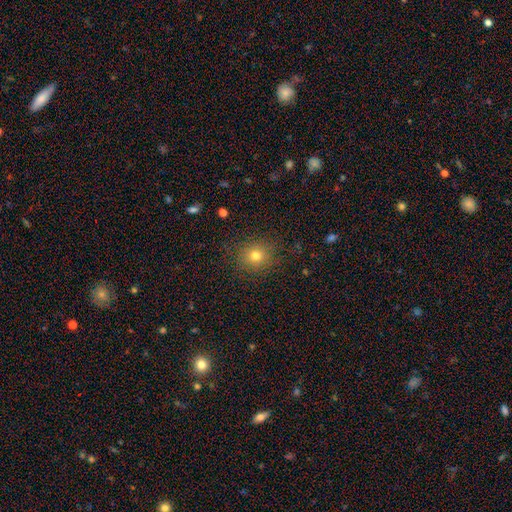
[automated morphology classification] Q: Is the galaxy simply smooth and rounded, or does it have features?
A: smooth — 77%.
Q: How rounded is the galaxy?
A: round — 86%.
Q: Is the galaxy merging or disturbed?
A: none — 87%.